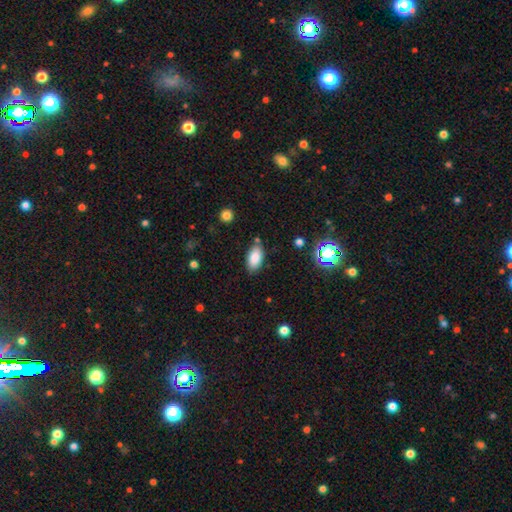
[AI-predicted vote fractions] smooth-or-featured: smooth: 84% | star or artifact: 8% | featured or disk: 7%
  how-rounded: in between: 93% | cigar-shaped: 4% | round: 3%
  merging: none: 80% | minor disturbance: 14% | merger: 4% | major disturbance: 3%